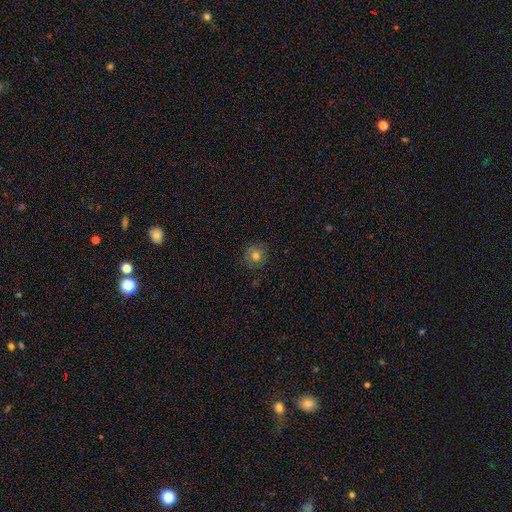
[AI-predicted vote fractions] Morphology: type=smooth (74%); roundness=round (91%); merging=none (84%).